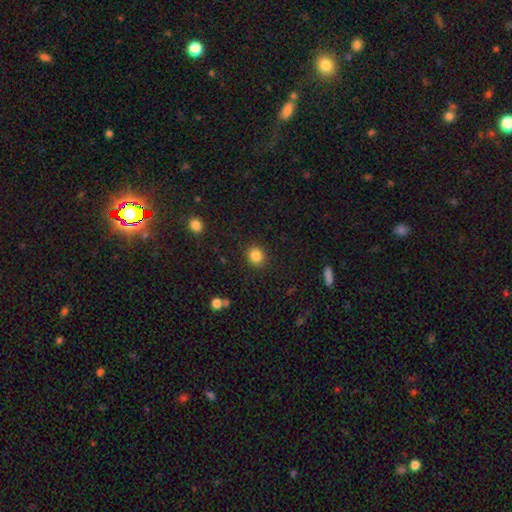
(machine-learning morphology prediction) Smooth or featured? Predicted: smooth (p=0.85). How rounded? Predicted: round (p=0.84). Merging? Predicted: none (p=0.90).